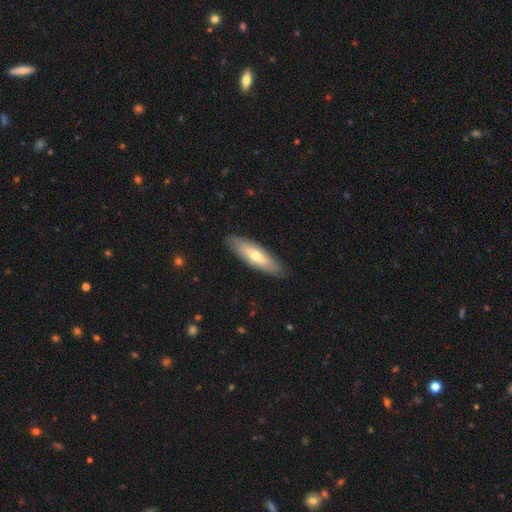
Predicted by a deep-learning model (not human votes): This appears to be a smooth galaxy with no disk features (56%) that is cigar-shaped (51%). Merging: none (87%).